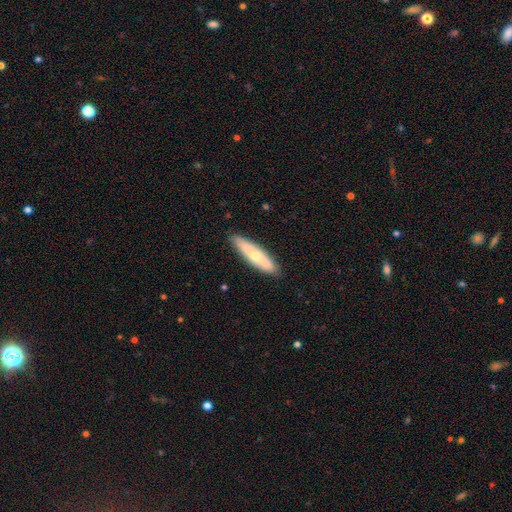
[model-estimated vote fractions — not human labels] Q: Smooth or featured?
A: smooth (52%); runner-up: featured or disk (43%)
Q: How rounded?
A: cigar-shaped (73%); runner-up: in between (26%)
Q: Merging?
A: none (86%); runner-up: minor disturbance (11%)